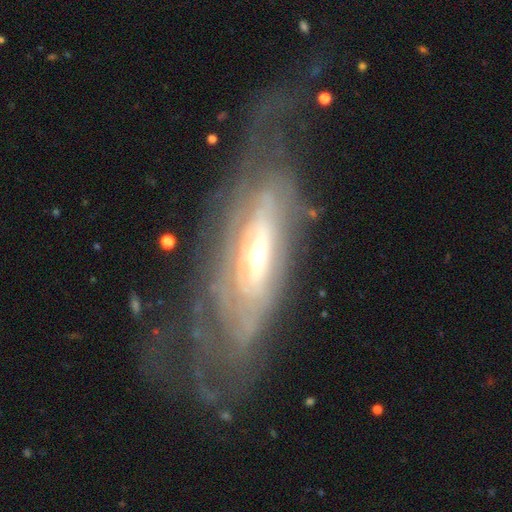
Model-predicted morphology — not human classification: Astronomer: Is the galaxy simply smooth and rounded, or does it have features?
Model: featured or disk — 81%.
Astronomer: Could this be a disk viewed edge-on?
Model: no — 80%.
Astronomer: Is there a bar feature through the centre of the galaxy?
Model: no — 61%.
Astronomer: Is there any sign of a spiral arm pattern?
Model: yes — 75%.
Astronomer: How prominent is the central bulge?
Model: moderate — 52% (runner-up: small, 39%).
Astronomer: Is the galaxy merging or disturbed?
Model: none — 51%.